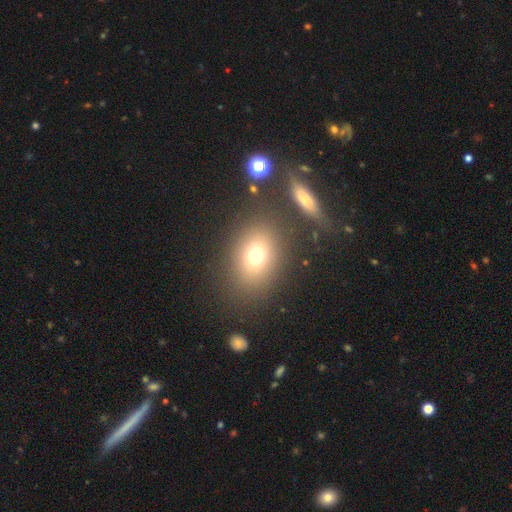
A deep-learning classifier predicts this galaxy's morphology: Smooth or featured? Predicted: smooth (p=0.72). How rounded? Predicted: in between (p=0.57). Merging? Predicted: none (p=0.79).